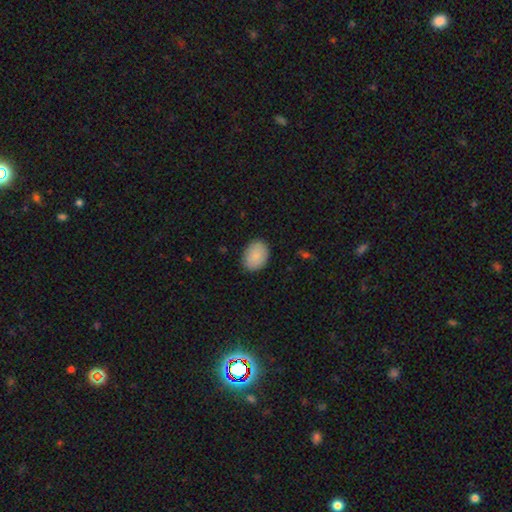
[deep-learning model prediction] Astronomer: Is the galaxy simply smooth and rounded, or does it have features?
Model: smooth — 87%.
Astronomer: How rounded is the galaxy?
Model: in between — 74%.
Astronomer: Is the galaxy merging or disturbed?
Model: none — 87%.